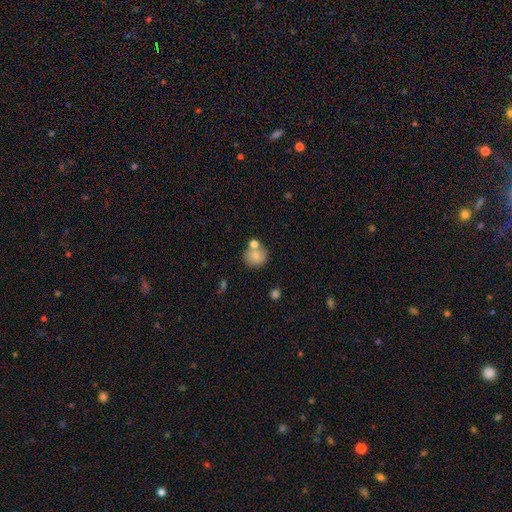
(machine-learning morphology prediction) This is likely a smooth galaxy (80%). How rounded: clearly round (86%). Merging: likely none (62%).